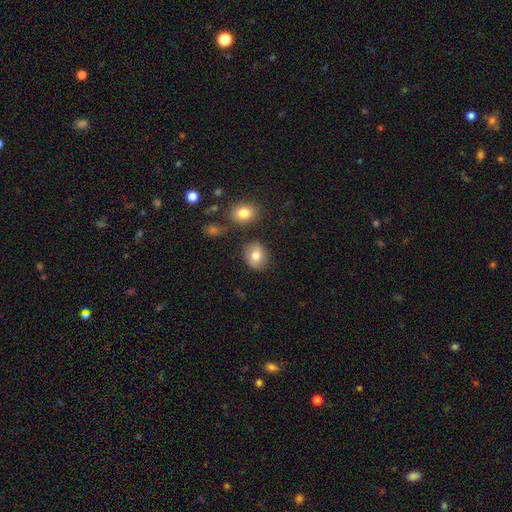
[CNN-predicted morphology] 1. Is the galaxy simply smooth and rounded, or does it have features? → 77% smooth, 14% featured or disk, 9% star or artifact.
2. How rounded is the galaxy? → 56% round, 43% in between, 1% cigar-shaped.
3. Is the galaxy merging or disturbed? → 80% none, 13% minor disturbance, 4% merger, 3% major disturbance.